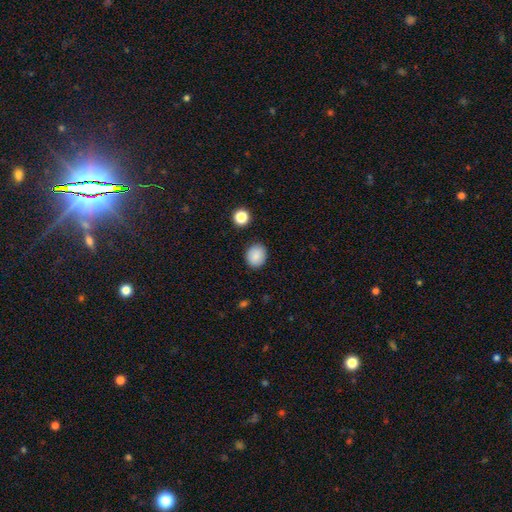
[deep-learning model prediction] This is clearly a smooth galaxy (88%). How rounded: likely round (62%). Merging: clearly none (88%).